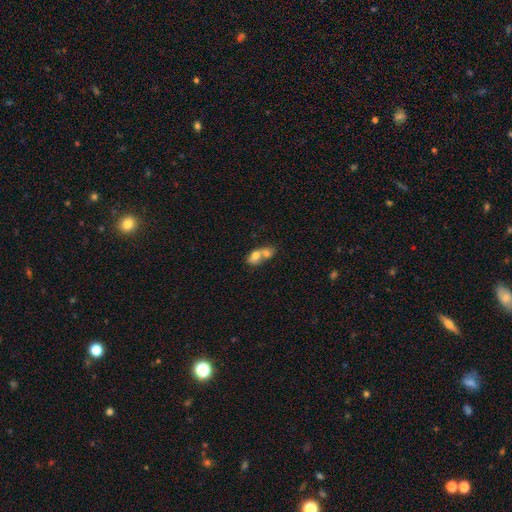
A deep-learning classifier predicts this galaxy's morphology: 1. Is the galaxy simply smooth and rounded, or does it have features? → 68% smooth, 24% featured or disk, 8% star or artifact.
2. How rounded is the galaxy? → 63% in between, 35% round, 3% cigar-shaped.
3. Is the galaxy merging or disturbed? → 77% merger, 14% none, 5% minor disturbance, 3% major disturbance.